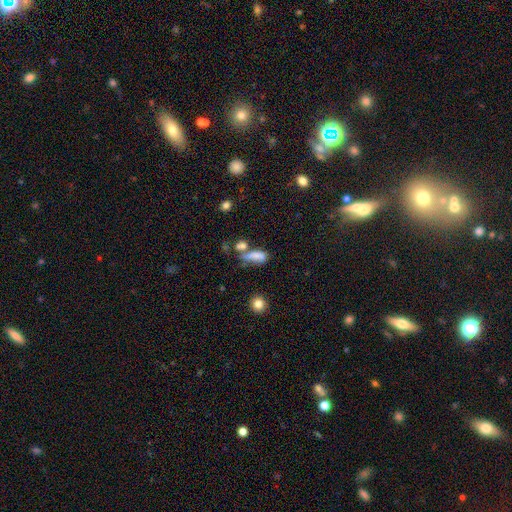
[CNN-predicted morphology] The model was most divided on "merging": merger: 34%, none: 29%, minor disturbance: 19%, major disturbance: 19%. More confident: smooth or featured — smooth (66%); how rounded — in between (59%).